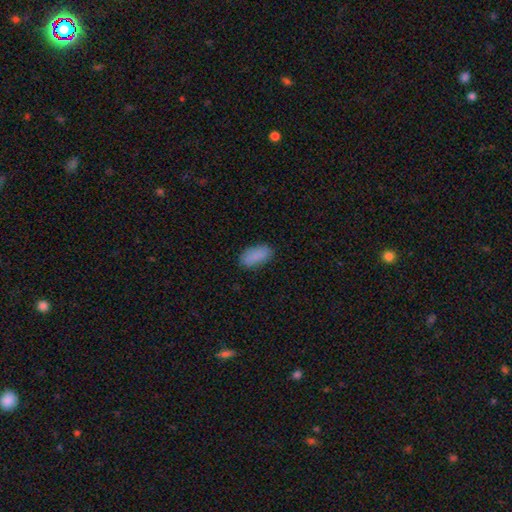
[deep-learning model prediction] A smooth galaxy with no disk features (88%) that is in between round and cigar-shaped (91%). Merging: none (83%).